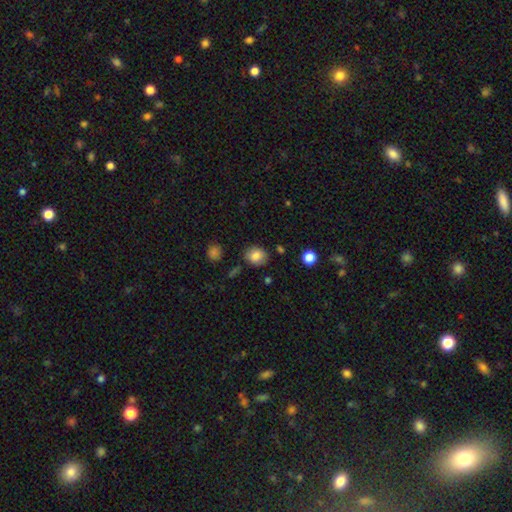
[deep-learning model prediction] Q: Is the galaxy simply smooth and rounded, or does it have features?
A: smooth — 82%.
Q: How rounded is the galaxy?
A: round — 57%.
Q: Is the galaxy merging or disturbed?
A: none — 78%.